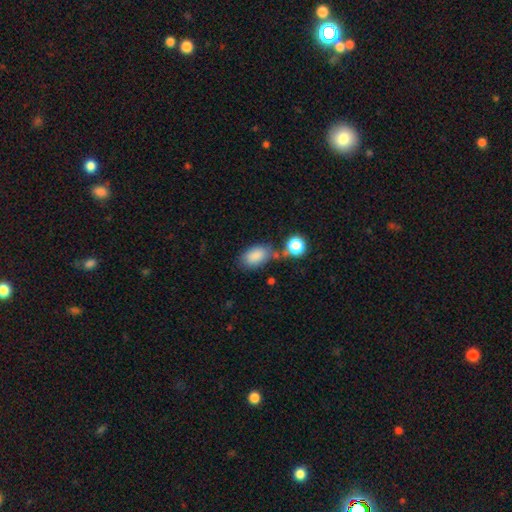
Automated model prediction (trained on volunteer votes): Overall: smooth (85%). How rounded: in between (89%). Merging: none (54%; minor disturbance 20%).